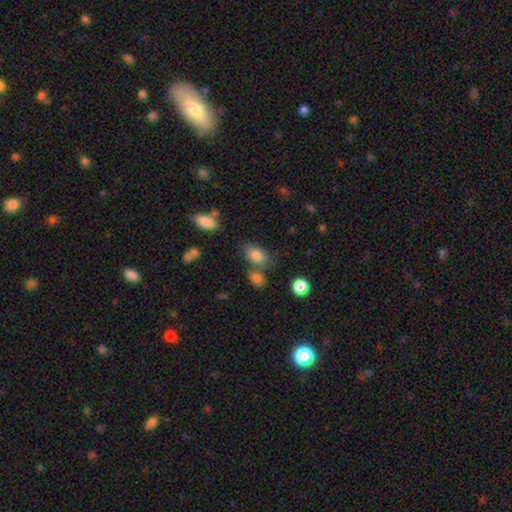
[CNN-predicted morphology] Q: Smooth or featured?
A: smooth (80%); runner-up: star or artifact (10%)
Q: How rounded?
A: in between (83%); runner-up: round (15%)
Q: Merging?
A: none (60%); runner-up: merger (19%)